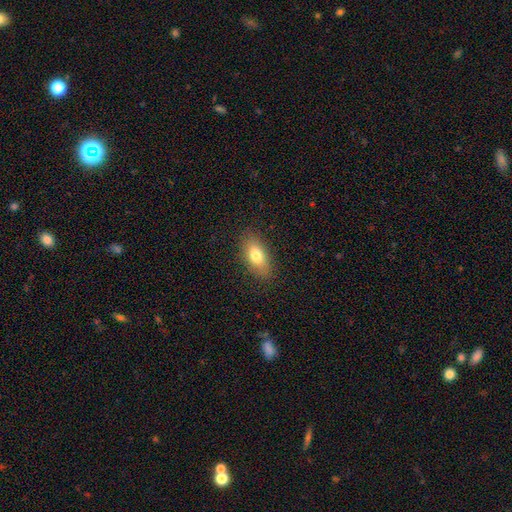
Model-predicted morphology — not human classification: smooth_or_featured: smooth (p=0.77) [alt: featured or disk p=0.15]
how_rounded: in between (p=0.85) [alt: cigar-shaped p=0.10]
merging: none (p=0.85) [alt: minor disturbance p=0.11]